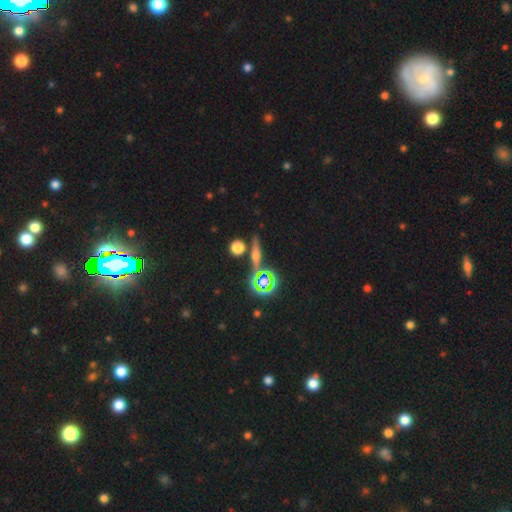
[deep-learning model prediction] featured or disk 43%, smooth 29%, star or artifact 28%. Down the decision tree: merging — none (82%).